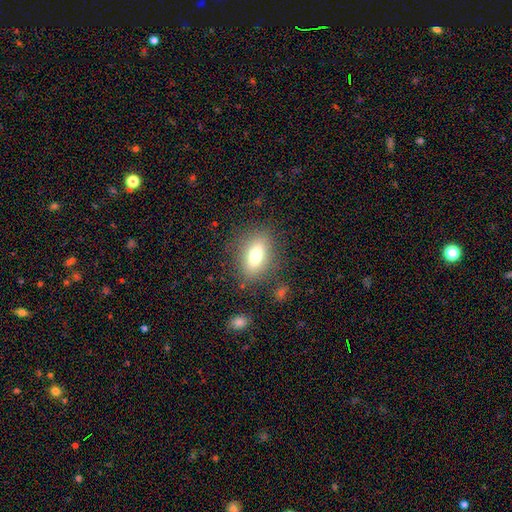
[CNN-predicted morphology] type=smooth (70%); roundness=in between (79%); merging=none (81%).